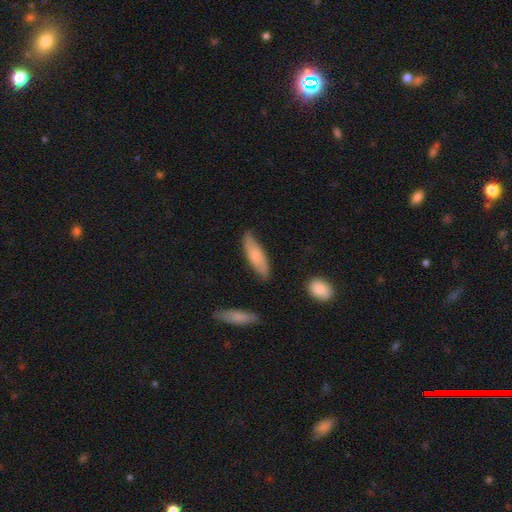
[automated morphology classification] Overall: smooth (70%). How rounded: cigar-shaped (56%; in between 42%). Merging: none (77%).